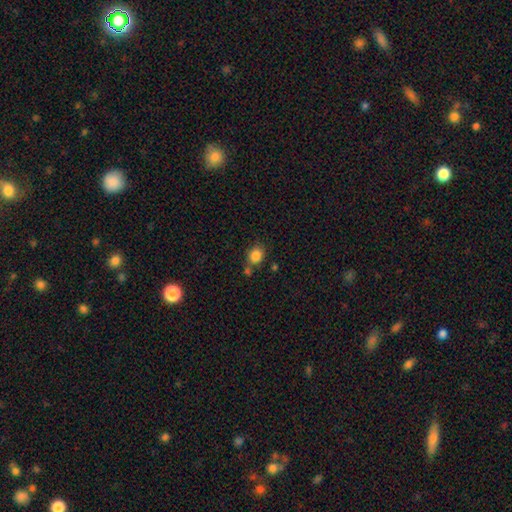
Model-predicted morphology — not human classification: Smooth or featured: smooth — 84% (star or artifact — 10%)
How rounded: round — 56% (in between — 43%)
Merging: none — 63% (merger — 18%)